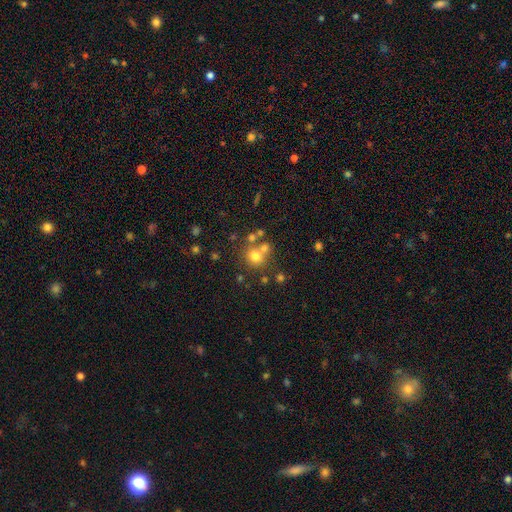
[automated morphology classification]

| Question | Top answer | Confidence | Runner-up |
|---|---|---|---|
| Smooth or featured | smooth | 69% | star or artifact (18%) |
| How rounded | round | 82% | in between (18%) |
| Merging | none | 58% | merger (26%) |